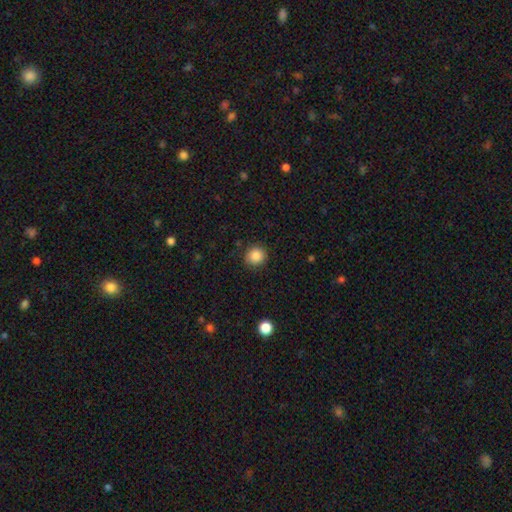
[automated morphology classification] Smooth or featured? smooth (87%)
How rounded? round (89%)
Merging? none (89%)